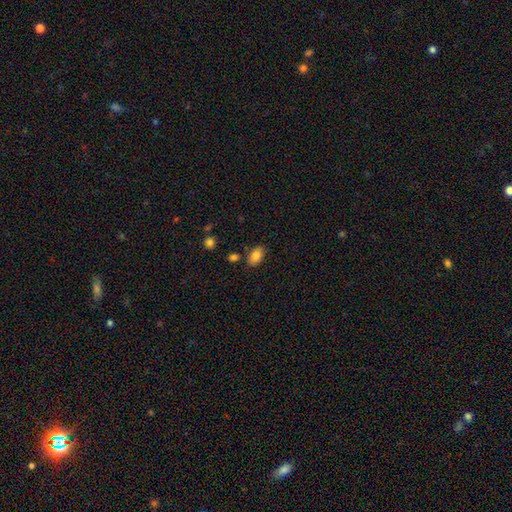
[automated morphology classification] This is clearly a smooth galaxy (85%). How rounded: clearly in between (91%). Merging: clearly none (81%).